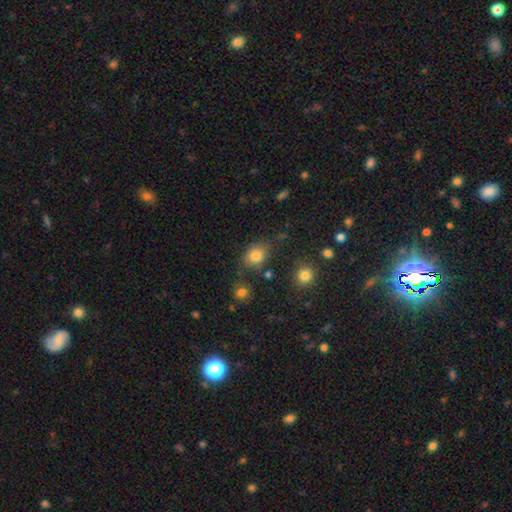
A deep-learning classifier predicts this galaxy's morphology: Smooth or featured: smooth — 81% (star or artifact — 12%)
How rounded: in between — 53% (round — 46%)
Merging: none — 70% (minor disturbance — 18%)